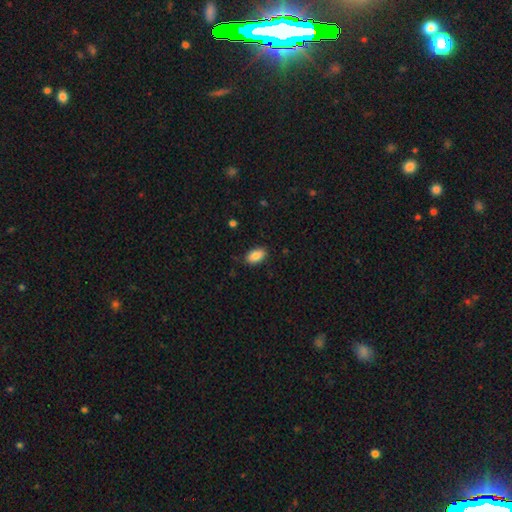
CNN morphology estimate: smooth 87%, star or artifact 7%, featured or disk 6%. Down the decision tree: how rounded — in between (93%); merging — none (86%).